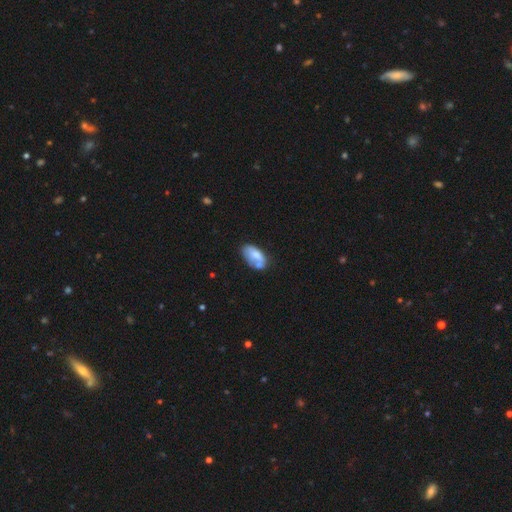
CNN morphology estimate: smooth 64%, featured or disk 28%, star or artifact 8%. Down the decision tree: how rounded — in between (92%); merging — none (40%).